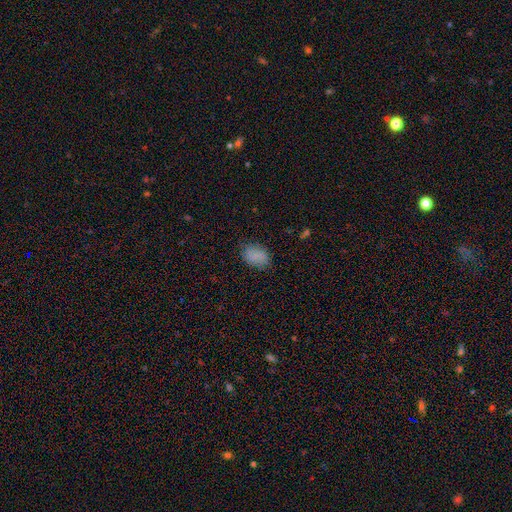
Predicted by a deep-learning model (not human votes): Q: Smooth or featured?
A: smooth (83%); runner-up: star or artifact (10%)
Q: How rounded?
A: in between (84%); runner-up: round (15%)
Q: Merging?
A: none (77%); runner-up: minor disturbance (17%)